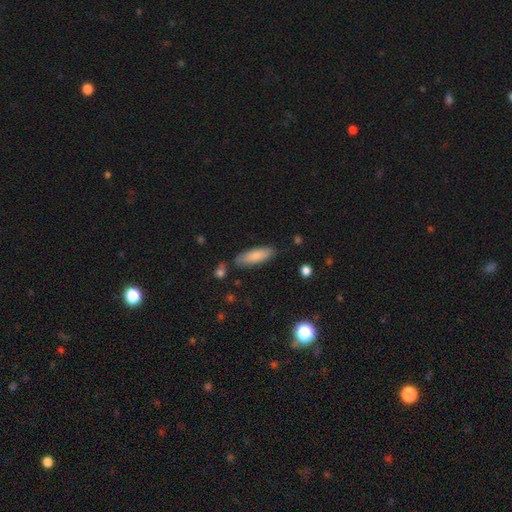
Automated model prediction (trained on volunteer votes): smooth_or_featured: smooth (p=0.83) [alt: featured or disk p=0.11]
how_rounded: in between (p=0.55) [alt: cigar-shaped p=0.43]
merging: none (p=0.81) [alt: minor disturbance p=0.13]